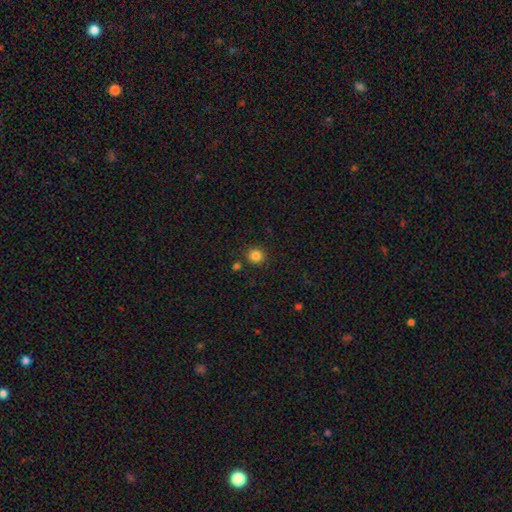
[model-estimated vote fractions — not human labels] Morphology: type=smooth (84%); roundness=round (92%); merging=none (87%).